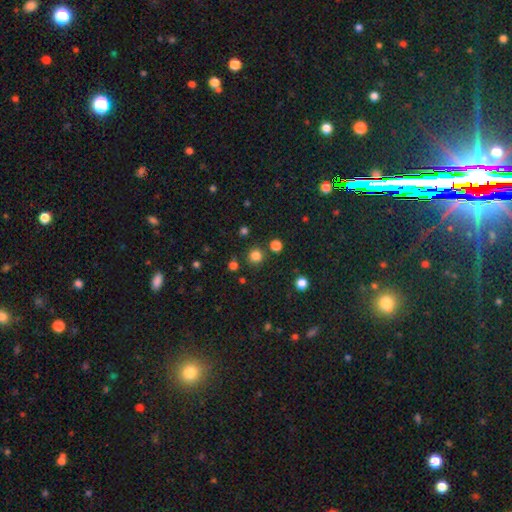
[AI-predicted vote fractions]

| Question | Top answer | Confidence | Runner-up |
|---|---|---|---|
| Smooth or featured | smooth | 80% | star or artifact (16%) |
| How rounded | round | 94% | in between (5%) |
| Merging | none | 86% | minor disturbance (6%) |